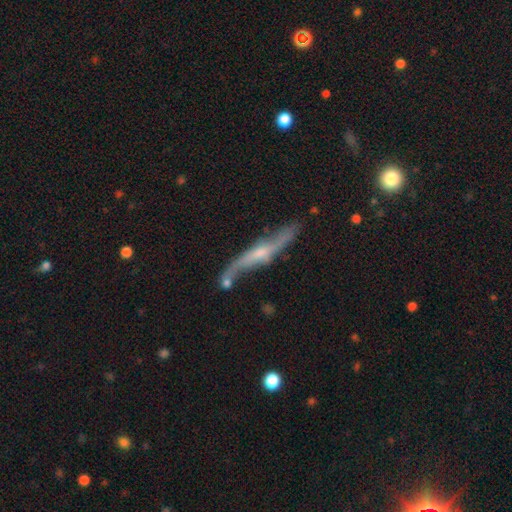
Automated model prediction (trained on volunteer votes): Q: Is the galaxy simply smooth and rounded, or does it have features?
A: featured or disk — 81%.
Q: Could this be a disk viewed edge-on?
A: yes — 63%.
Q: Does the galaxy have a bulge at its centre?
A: rounded — 73%.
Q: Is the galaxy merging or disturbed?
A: none — 68%.